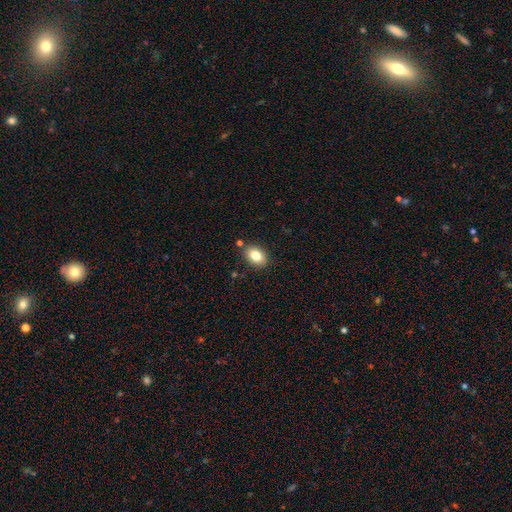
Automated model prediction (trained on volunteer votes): Smooth or featured?
  - smooth: 82% *
  - featured or disk: 9%
  - star or artifact: 9%
How rounded?
  - in between: 79% *
  - round: 20%
  - cigar-shaped: 1%
Merging?
  - none: 84% *
  - minor disturbance: 10%
  - merger: 4%
  - major disturbance: 2%